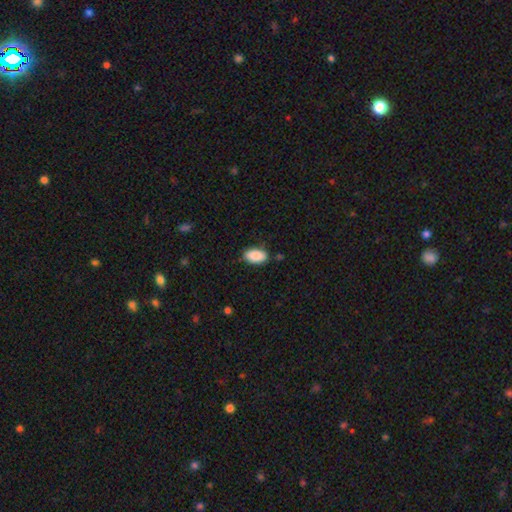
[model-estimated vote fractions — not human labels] Smooth or featured?
  - smooth: 88% *
  - star or artifact: 7%
  - featured or disk: 5%
How rounded?
  - in between: 94% *
  - round: 4%
  - cigar-shaped: 2%
Merging?
  - none: 81% *
  - minor disturbance: 15%
  - major disturbance: 3%
  - merger: 2%